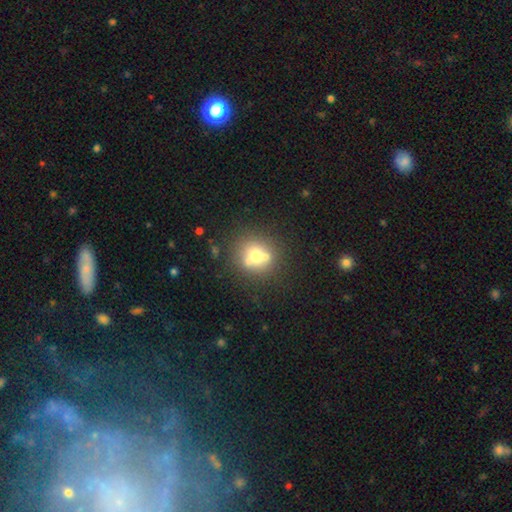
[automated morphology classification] smooth 60%, featured or disk 26%, star or artifact 14%. Down the decision tree: how rounded — round (86%); merging — none (58%).